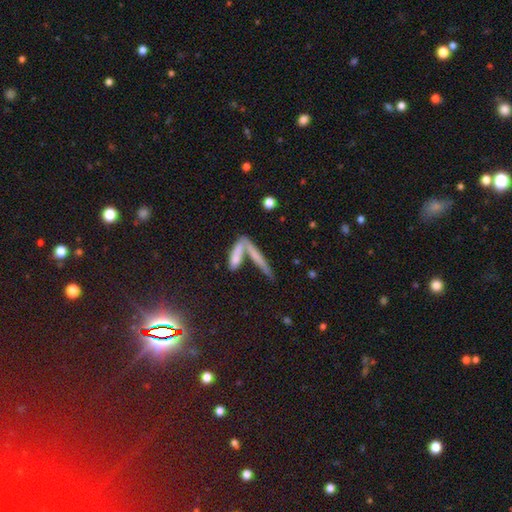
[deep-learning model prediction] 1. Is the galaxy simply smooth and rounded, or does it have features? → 59% smooth, 31% featured or disk, 10% star or artifact.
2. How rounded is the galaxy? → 86% cigar-shaped, 11% in between, 3% round.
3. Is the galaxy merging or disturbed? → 47% none, 37% merger, 10% minor disturbance, 6% major disturbance.